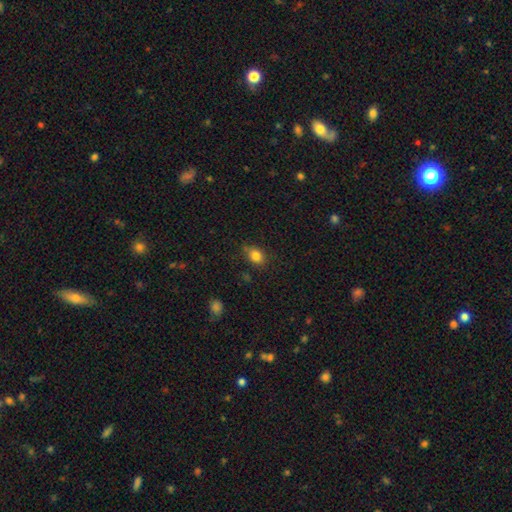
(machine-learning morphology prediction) Smooth or featured? smooth (83%)
How rounded? in between (68%)
Merging? none (74%)